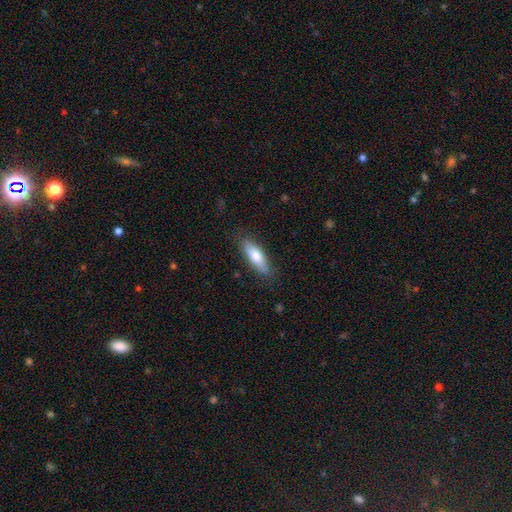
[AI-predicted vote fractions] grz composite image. It shows a smooth galaxy with no disk features (74%) that is in between round and cigar-shaped (56%). Merging: none (83%).